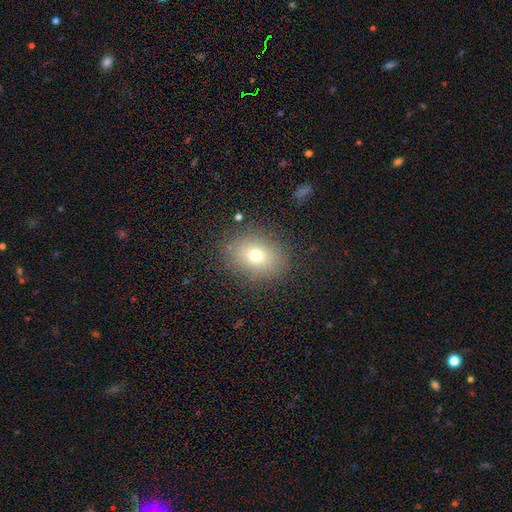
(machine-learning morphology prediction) This is likely a smooth galaxy (73%). How rounded: possibly in between (60%). Merging: clearly none (85%).